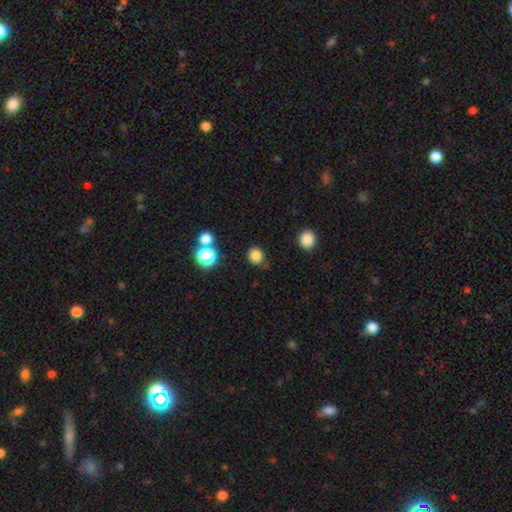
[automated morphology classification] Smooth or featured? Predicted: smooth (p=0.82). How rounded? Predicted: round (p=0.78). Merging? Predicted: none (p=0.79).